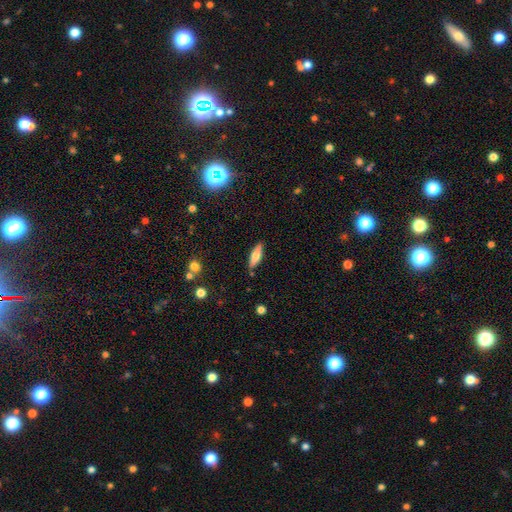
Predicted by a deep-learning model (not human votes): This is likely a smooth galaxy (62%). How rounded: possibly cigar-shaped (57%). Merging: clearly none (86%).